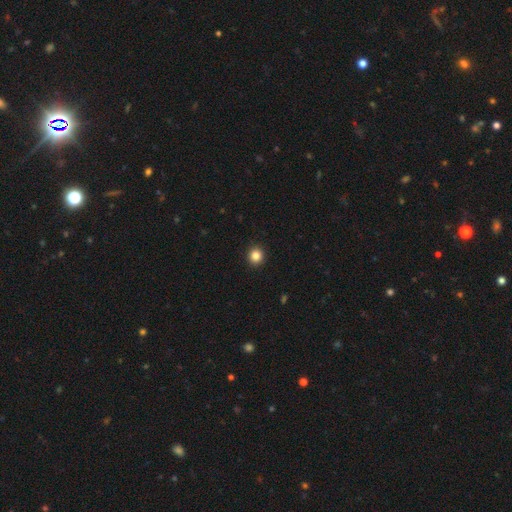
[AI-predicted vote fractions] smooth 84%, star or artifact 11%, featured or disk 4%. Down the decision tree: how rounded — round (92%); merging — none (93%).